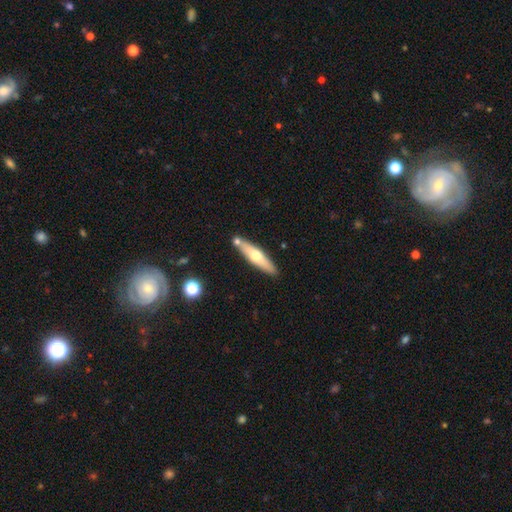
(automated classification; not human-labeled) Smooth or featured?
  - smooth: 50% *
  - featured or disk: 45%
  - star or artifact: 5%
Merging?
  - none: 79% *
  - minor disturbance: 10%
  - merger: 8%
  - major disturbance: 2%